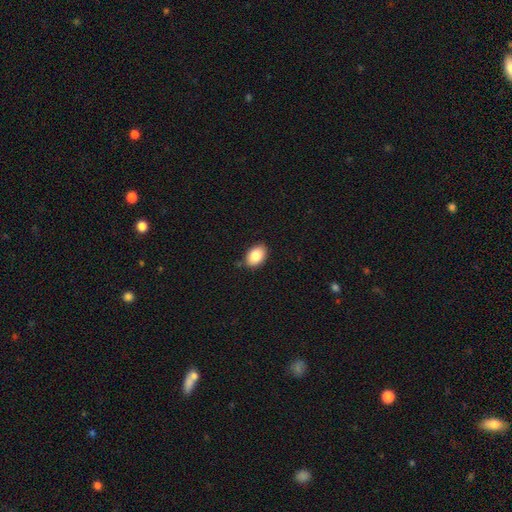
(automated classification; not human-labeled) Smooth or featured? Predicted: smooth (p=0.86). How rounded? Predicted: in between (p=0.87). Merging? Predicted: none (p=0.84).